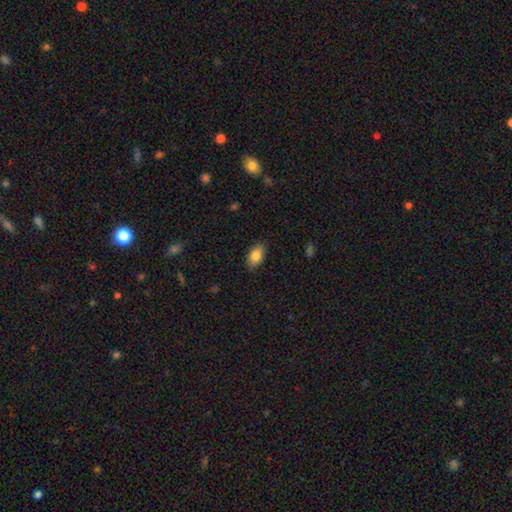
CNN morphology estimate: Smooth or featured: smooth — 85% (featured or disk — 8%)
How rounded: in between — 90% (round — 8%)
Merging: none — 85% (minor disturbance — 11%)